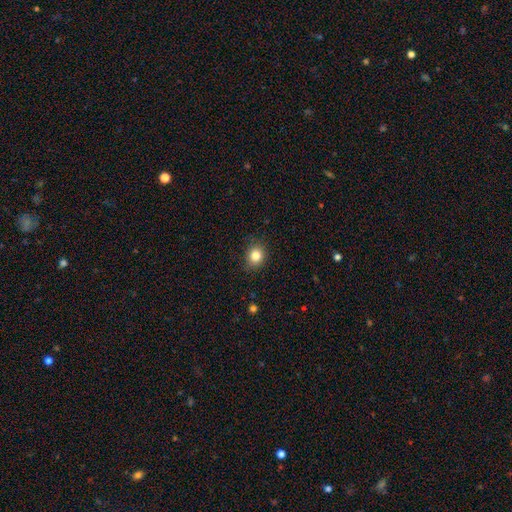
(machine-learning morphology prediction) Smooth or featured? smooth (84%)
How rounded? round (70%)
Merging? none (85%)